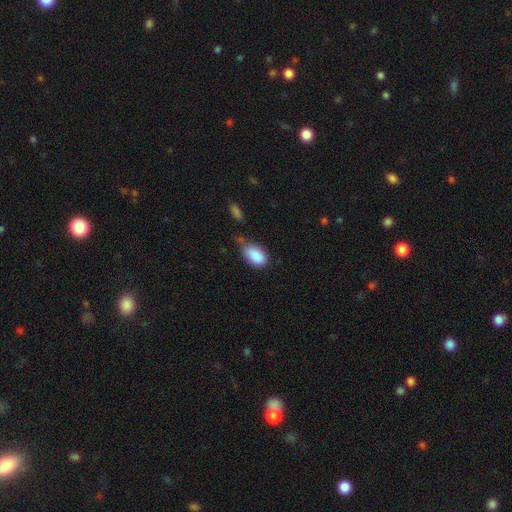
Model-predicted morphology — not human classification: A smooth galaxy with no disk features (88%) that is in between round and cigar-shaped (90%). Merging: none (44%).